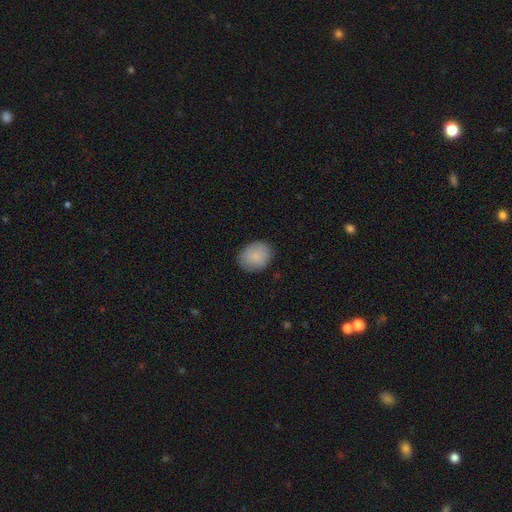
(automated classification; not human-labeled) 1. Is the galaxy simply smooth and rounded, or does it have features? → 85% smooth, 8% featured or disk, 7% star or artifact.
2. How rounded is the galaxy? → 54% round, 45% in between, 1% cigar-shaped.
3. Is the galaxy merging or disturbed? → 83% none, 13% minor disturbance, 3% major disturbance, 1% merger.